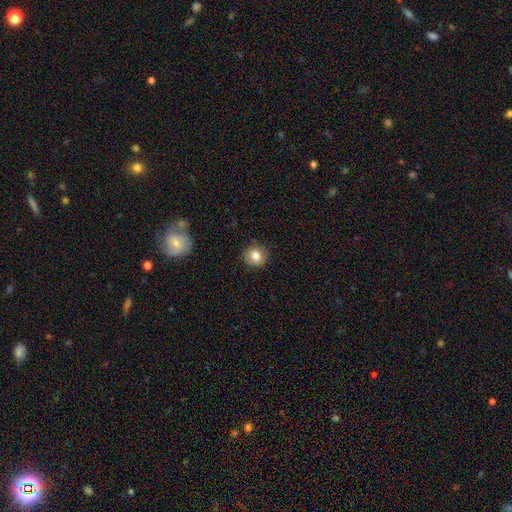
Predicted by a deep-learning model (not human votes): Smooth or featured? smooth (83%)
How rounded? round (86%)
Merging? none (87%)